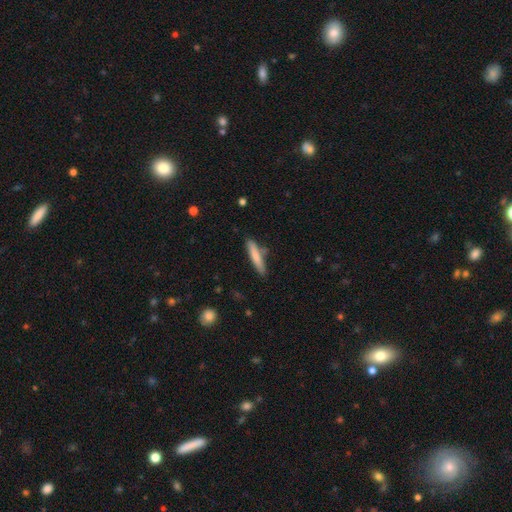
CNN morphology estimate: Overall: smooth (77%). How rounded: cigar-shaped (90%). Merging: none (79%).